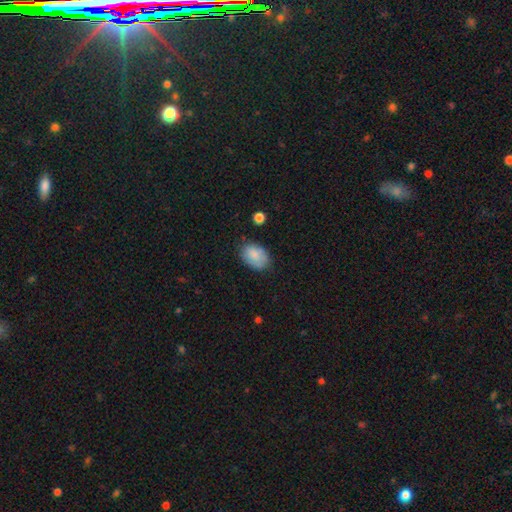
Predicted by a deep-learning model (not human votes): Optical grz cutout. It shows a smooth galaxy with no disk features (84%) that is in between round and cigar-shaped (82%). Merging: none (72%).